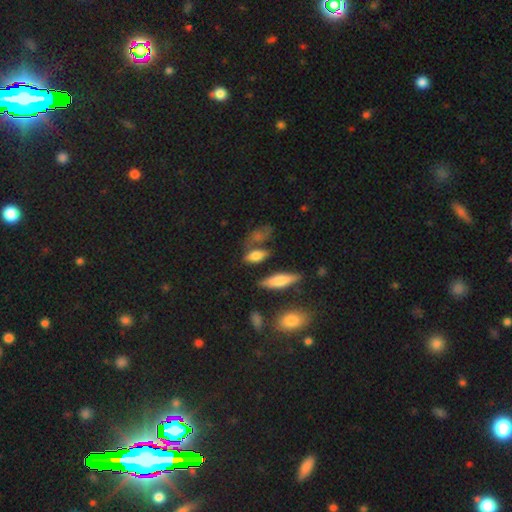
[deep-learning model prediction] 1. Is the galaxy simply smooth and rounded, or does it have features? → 70% smooth, 20% featured or disk, 10% star or artifact.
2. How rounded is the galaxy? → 73% in between, 18% cigar-shaped, 9% round.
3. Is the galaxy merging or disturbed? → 52% none, 21% minor disturbance, 14% merger, 13% major disturbance.